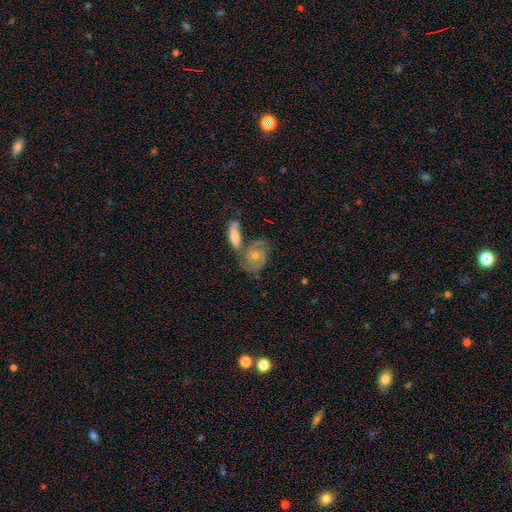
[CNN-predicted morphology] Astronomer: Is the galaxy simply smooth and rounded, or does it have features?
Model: featured or disk — 75%.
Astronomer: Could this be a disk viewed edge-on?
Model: no — 95%.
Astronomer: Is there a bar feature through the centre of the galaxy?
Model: no — 73%.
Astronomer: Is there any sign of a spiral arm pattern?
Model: yes — 93%.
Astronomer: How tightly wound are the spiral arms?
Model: tight — 53% (runner-up: medium, 37%).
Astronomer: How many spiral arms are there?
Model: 2 — 63%.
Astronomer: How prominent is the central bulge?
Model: small — 49% (runner-up: moderate, 45%).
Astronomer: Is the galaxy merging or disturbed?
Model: none — 42% (runner-up: merger, 33%).